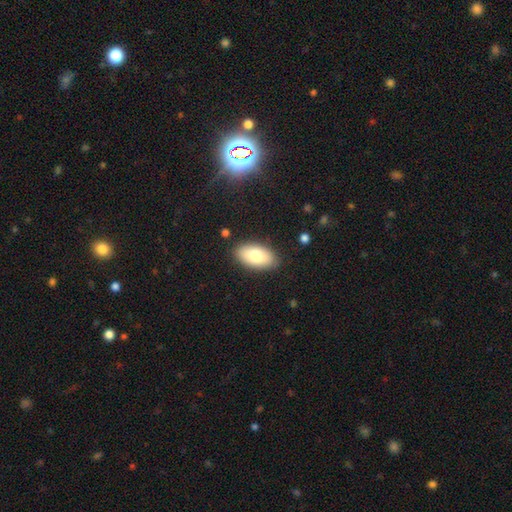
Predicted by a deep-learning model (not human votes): Overall: smooth (78%). How rounded: in between (94%). Merging: none (86%).